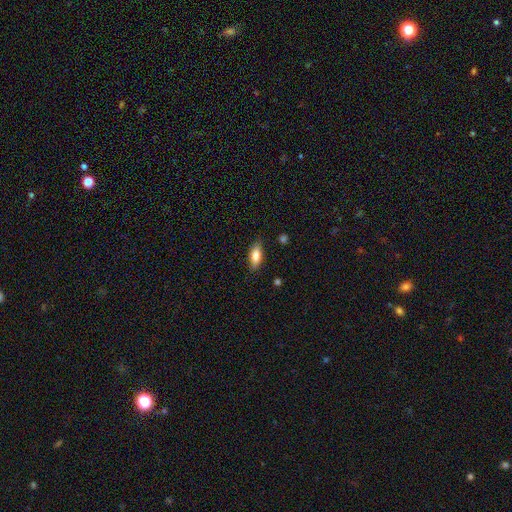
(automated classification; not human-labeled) Smooth or featured?
  - smooth: 81% *
  - featured or disk: 12%
  - star or artifact: 7%
How rounded?
  - in between: 81% *
  - cigar-shaped: 16%
  - round: 3%
Merging?
  - none: 82% *
  - minor disturbance: 14%
  - major disturbance: 3%
  - merger: 1%